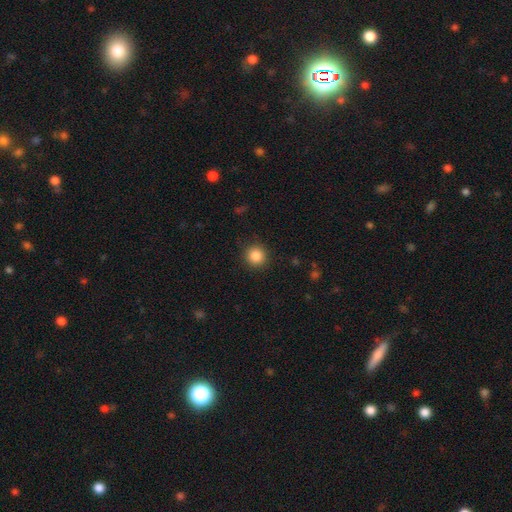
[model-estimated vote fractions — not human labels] Smooth or featured? Predicted: smooth (p=0.86). How rounded? Predicted: round (p=0.94). Merging? Predicted: none (p=0.91).